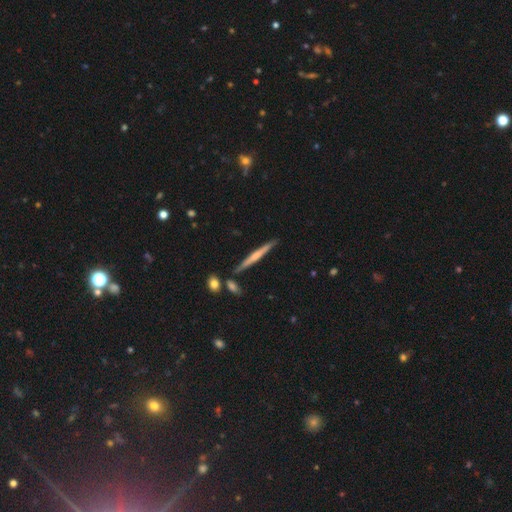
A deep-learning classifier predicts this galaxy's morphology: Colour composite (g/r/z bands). It shows a featured or disk galaxy (51%) viewed edge-on (97%). Merging: none (85%).